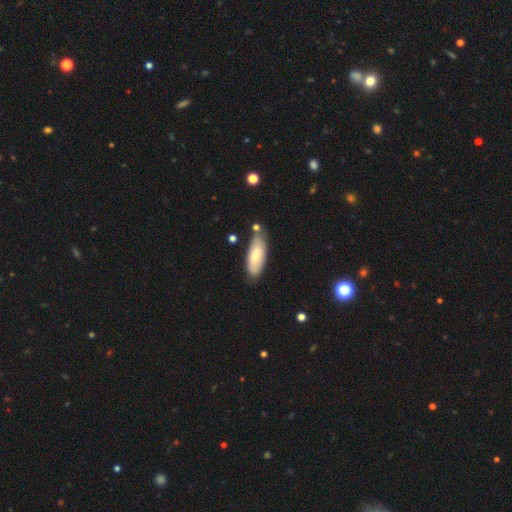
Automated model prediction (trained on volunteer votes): Q: Smooth or featured?
A: smooth (70%); runner-up: featured or disk (25%)
Q: How rounded?
A: in between (73%); runner-up: cigar-shaped (25%)
Q: Merging?
A: none (71%); runner-up: minor disturbance (18%)